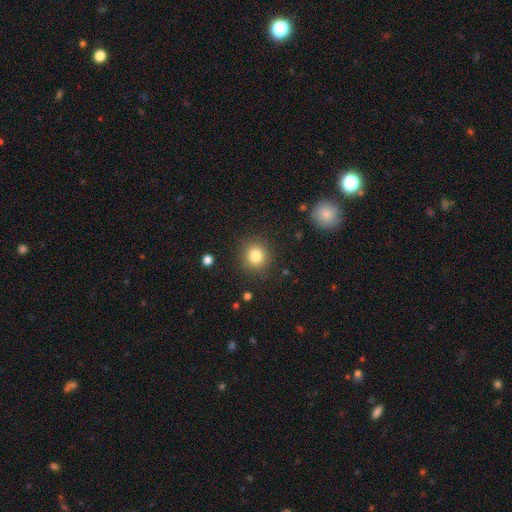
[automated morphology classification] A smooth galaxy with no disk features (82%) that is round (87%). Merging: none (88%).